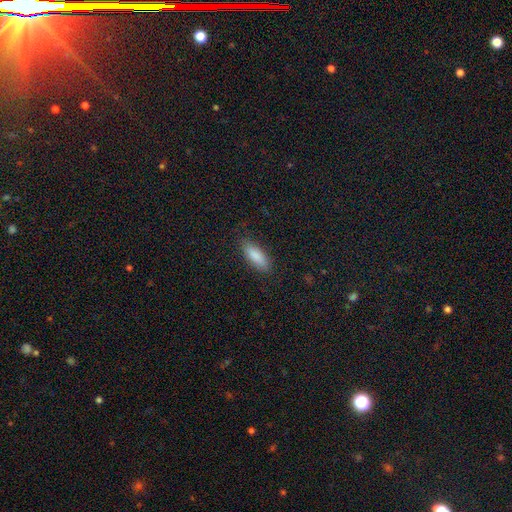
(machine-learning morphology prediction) The model was most divided on "how rounded": in between: 67%, cigar-shaped: 31%, round: 2%. More confident: smooth or featured — smooth (87%); merging — none (84%).